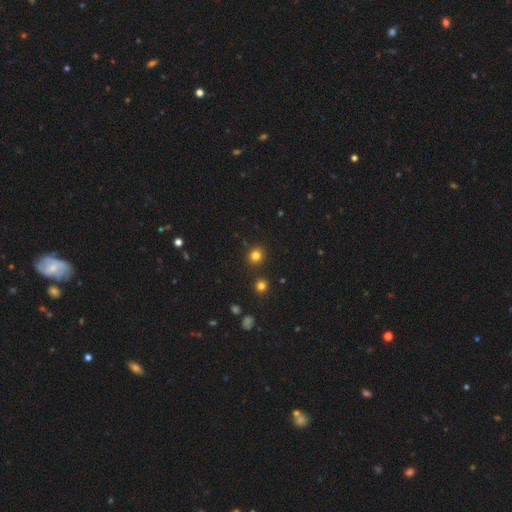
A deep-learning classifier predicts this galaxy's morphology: A smooth galaxy with no disk features (81%) that is round (87%).

Vote fractions:
- Smooth or featured? smooth: 81% / star or artifact: 14% / featured or disk: 5%
- How rounded? round: 87% / in between: 12% / cigar-shaped: 1%
- Merging? none: 88% / minor disturbance: 6% / merger: 4% / major disturbance: 2%